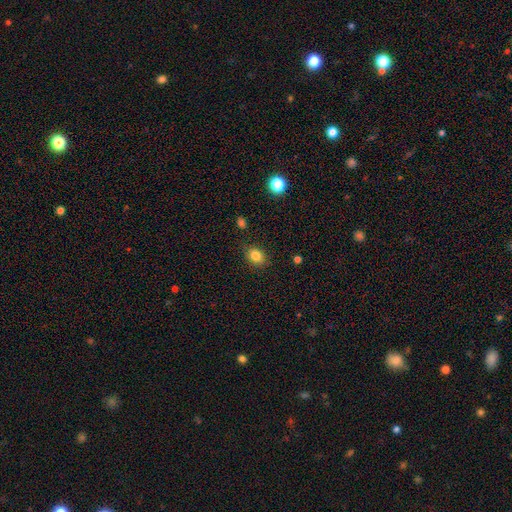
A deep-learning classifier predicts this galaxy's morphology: Smooth or featured? smooth (83%)
How rounded? in between (57%)
Merging? none (84%)